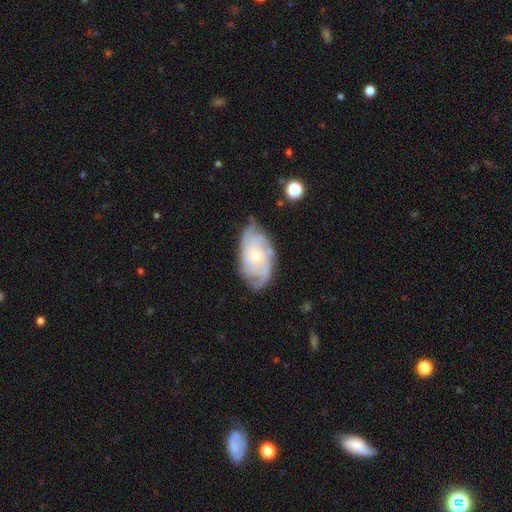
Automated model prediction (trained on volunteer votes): The model was most divided on "spiral arm count": can't tell: 38%, 2: 21%, 3: 21%, 4: 12%, more than 4: 5%, 1: 4%. More confident: edge-on disk — no (95%); spiral arms — yes (92%); smooth or featured — featured or disk (78%); bar — no (77%); merging — none (69%); bulge size — small (60%); spiral winding — tight (56%).